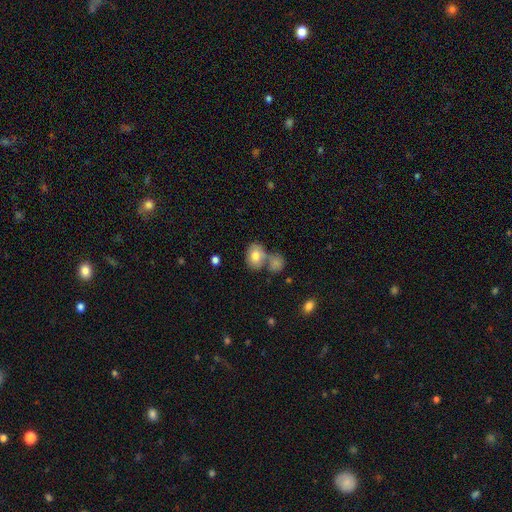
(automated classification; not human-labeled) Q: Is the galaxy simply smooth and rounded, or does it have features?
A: smooth — 79%.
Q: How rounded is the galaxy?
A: in between — 70%.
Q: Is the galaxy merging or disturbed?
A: merger — 42%.